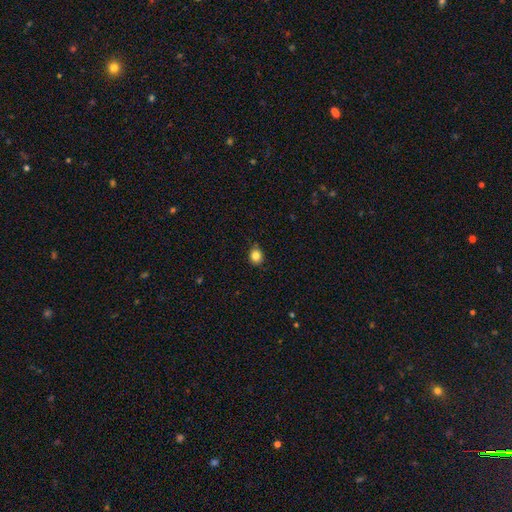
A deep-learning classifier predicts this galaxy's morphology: smooth 84%, star or artifact 11%, featured or disk 5%. Down the decision tree: how rounded — round (66%); merging — none (80%).